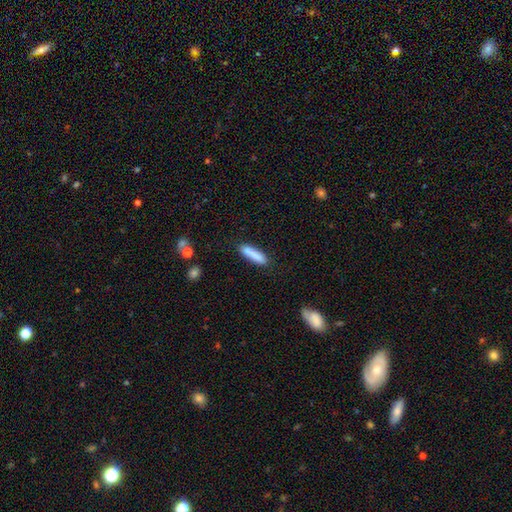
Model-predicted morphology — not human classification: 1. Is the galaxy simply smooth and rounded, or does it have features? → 81% smooth, 12% featured or disk, 7% star or artifact.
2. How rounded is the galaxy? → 77% cigar-shaped, 22% in between, 2% round.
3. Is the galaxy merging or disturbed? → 69% none, 16% minor disturbance, 10% merger, 4% major disturbance.